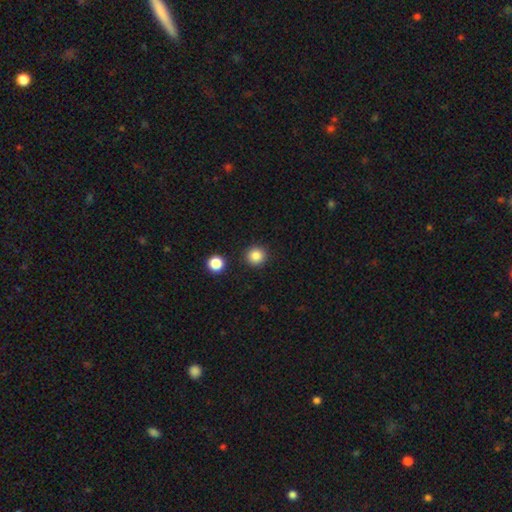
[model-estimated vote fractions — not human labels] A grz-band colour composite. It shows a smooth galaxy with no disk features (86%) that is round (94%). Merging: none (90%).